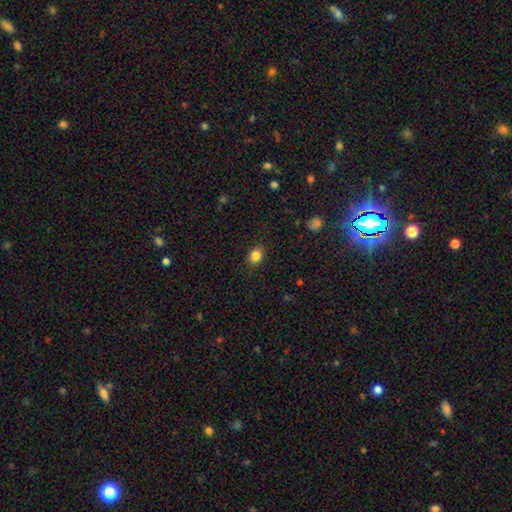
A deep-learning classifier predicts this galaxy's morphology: Overall: smooth (84%). How rounded: round (60%; in between 39%). Merging: none (88%).